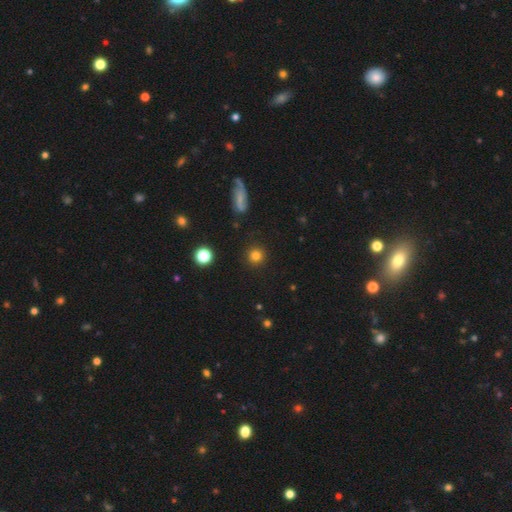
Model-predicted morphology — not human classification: Smooth or featured? Predicted: smooth (p=0.80). How rounded? Predicted: round (p=0.93). Merging? Predicted: none (p=0.90).